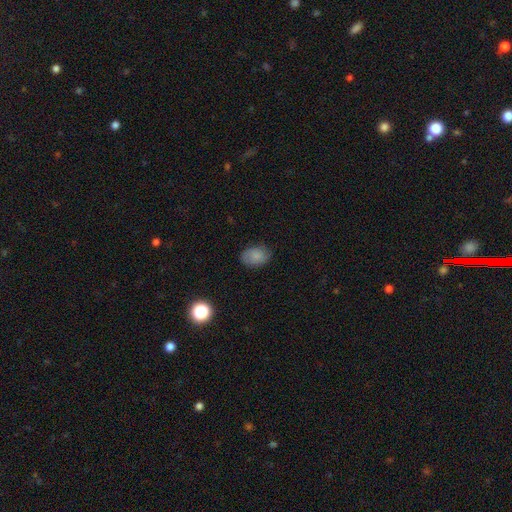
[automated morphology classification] This appears to be a smooth galaxy with no disk features (80%) that is in between round and cigar-shaped (77%). Merging: none (78%).